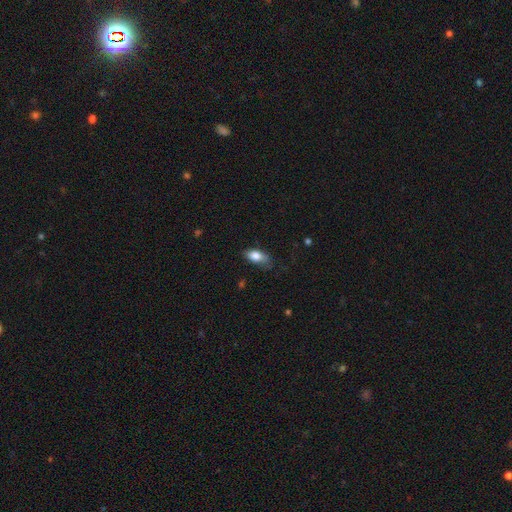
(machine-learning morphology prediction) A smooth galaxy with no disk features (80%) that is in between round and cigar-shaped (87%).

Vote fractions:
- Smooth or featured? smooth: 80% / featured or disk: 13% / star or artifact: 7%
- How rounded? in between: 87% / cigar-shaped: 9% / round: 5%
- Merging? none: 62% / minor disturbance: 29% / major disturbance: 8% / merger: 2%